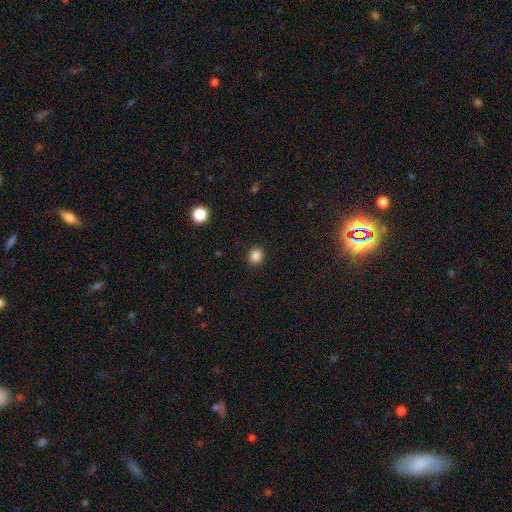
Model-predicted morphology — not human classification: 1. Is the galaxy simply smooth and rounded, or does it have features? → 85% smooth, 11% star or artifact, 3% featured or disk.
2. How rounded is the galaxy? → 88% round, 11% in between, 1% cigar-shaped.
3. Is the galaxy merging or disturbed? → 91% none, 6% minor disturbance, 2% major disturbance, 1% merger.